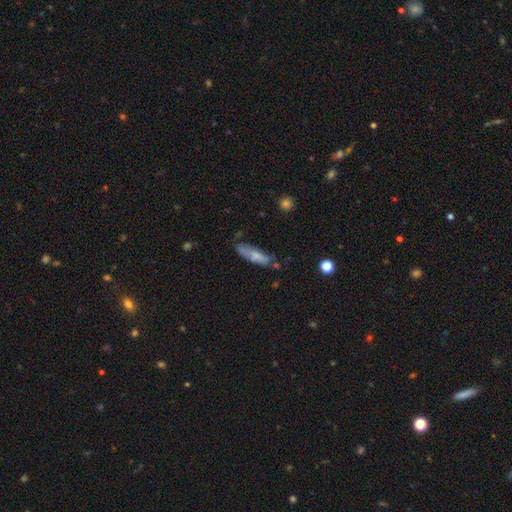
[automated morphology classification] This appears to be a smooth galaxy with no disk features (67%) that is cigar-shaped (55%). Merging: none (58%).